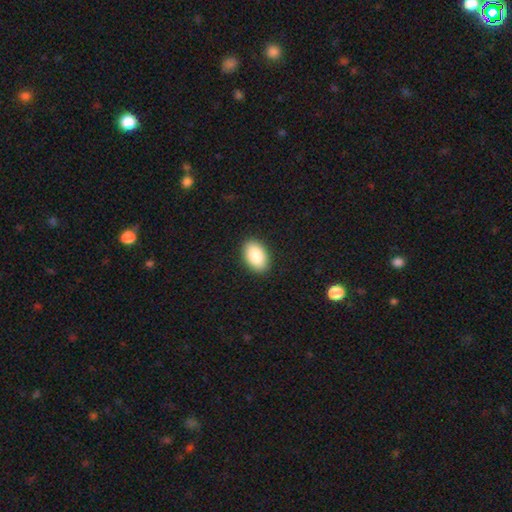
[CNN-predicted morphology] Smooth or featured?
  - smooth: 86% *
  - featured or disk: 7%
  - star or artifact: 7%
How rounded?
  - in between: 92% *
  - round: 7%
  - cigar-shaped: 1%
Merging?
  - none: 90% *
  - minor disturbance: 7%
  - major disturbance: 2%
  - merger: 1%